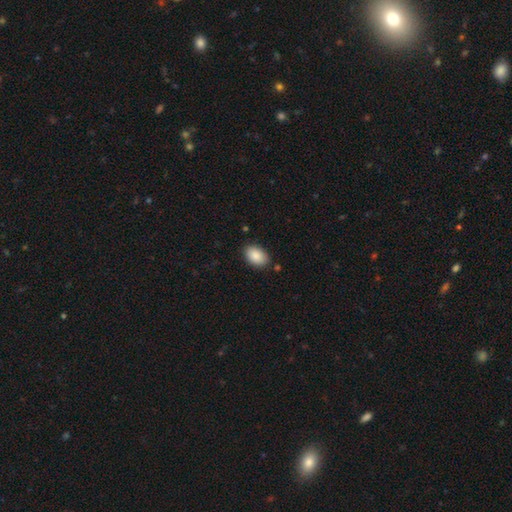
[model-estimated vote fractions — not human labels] Smooth or featured?
  - smooth: 89% *
  - star or artifact: 6%
  - featured or disk: 5%
How rounded?
  - in between: 90% *
  - round: 9%
  - cigar-shaped: 1%
Merging?
  - none: 85% *
  - minor disturbance: 11%
  - major disturbance: 2%
  - merger: 2%